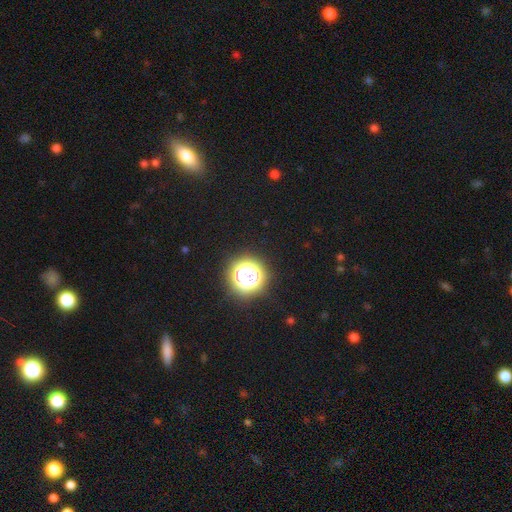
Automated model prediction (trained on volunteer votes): This is likely a star or artifact rather than a galaxy (67%).